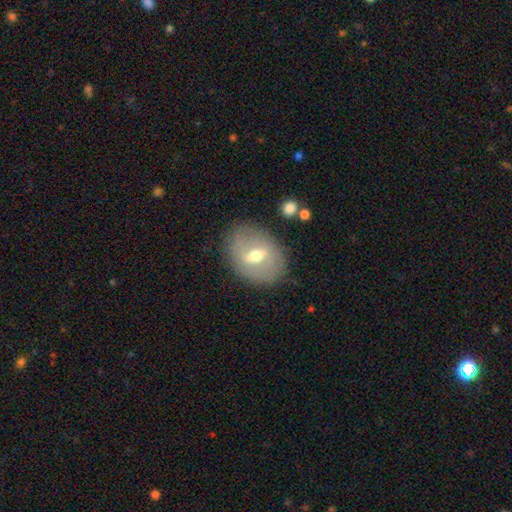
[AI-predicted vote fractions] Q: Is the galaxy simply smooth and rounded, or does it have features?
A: featured or disk — 51%.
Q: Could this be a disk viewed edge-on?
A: no — 93%.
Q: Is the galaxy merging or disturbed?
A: none — 81%.